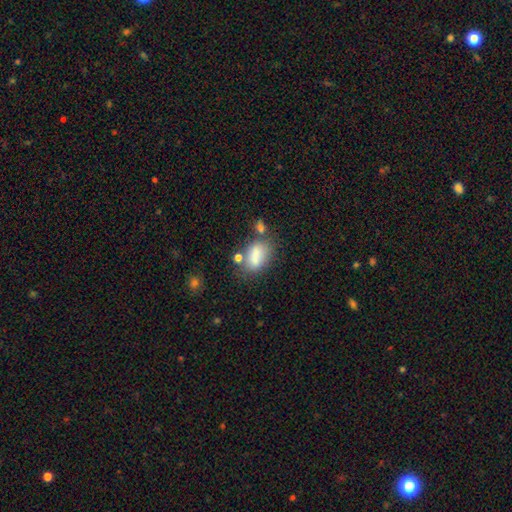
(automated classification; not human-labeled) Q: Smooth or featured?
A: smooth (78%); runner-up: featured or disk (12%)
Q: How rounded?
A: in between (84%); runner-up: round (14%)
Q: Merging?
A: none (45%); runner-up: merger (23%)